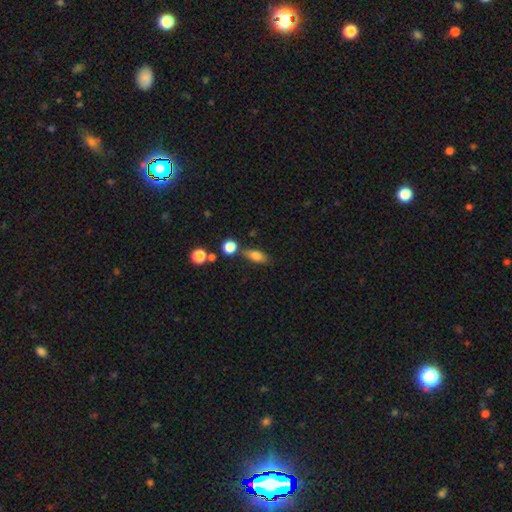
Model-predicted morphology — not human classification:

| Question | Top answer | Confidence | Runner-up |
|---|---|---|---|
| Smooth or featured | smooth | 79% | featured or disk (11%) |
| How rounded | in between | 76% | cigar-shaped (15%) |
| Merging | none | 70% | minor disturbance (16%) |